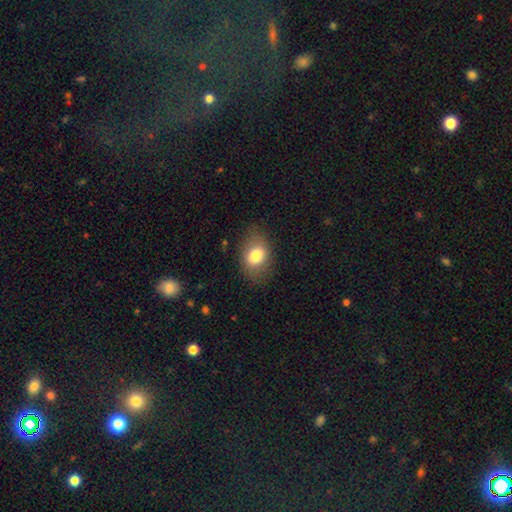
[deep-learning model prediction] Overall: smooth (78%). How rounded: in between (75%). Merging: none (78%).